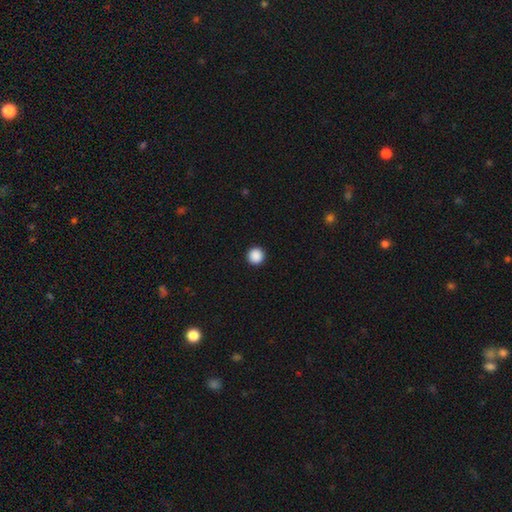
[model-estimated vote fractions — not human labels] This is clearly a smooth galaxy (89%). How rounded: clearly round (96%). Merging: clearly none (94%).